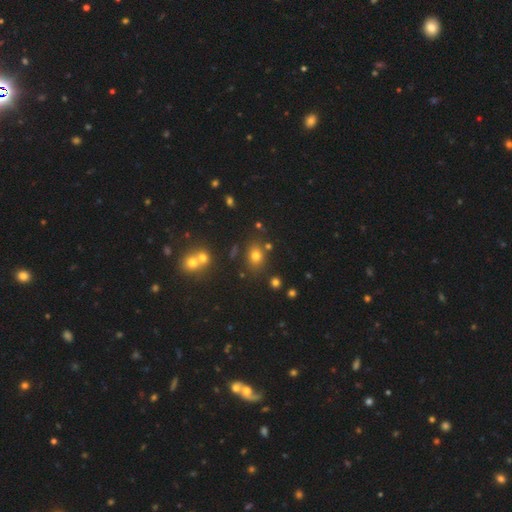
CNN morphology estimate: The model was most divided on "how rounded": in between: 57%, round: 41%, cigar-shaped: 1%. More confident: merging — none (75%); smooth or featured — smooth (71%).